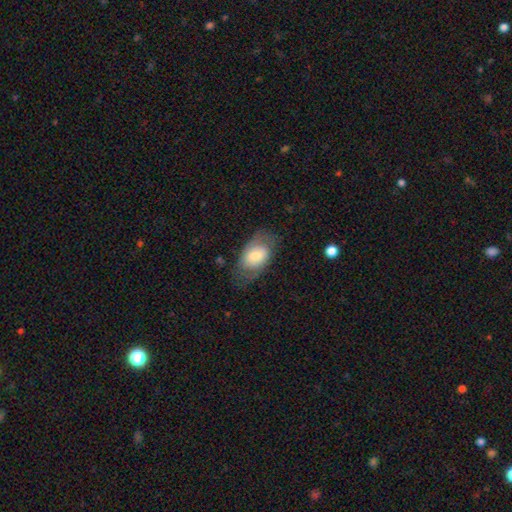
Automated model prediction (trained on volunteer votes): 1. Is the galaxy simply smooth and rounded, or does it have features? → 61% smooth, 32% featured or disk, 7% star or artifact.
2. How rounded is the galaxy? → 89% in between, 9% round, 2% cigar-shaped.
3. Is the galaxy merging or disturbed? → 63% none, 23% minor disturbance, 13% major disturbance, 1% merger.